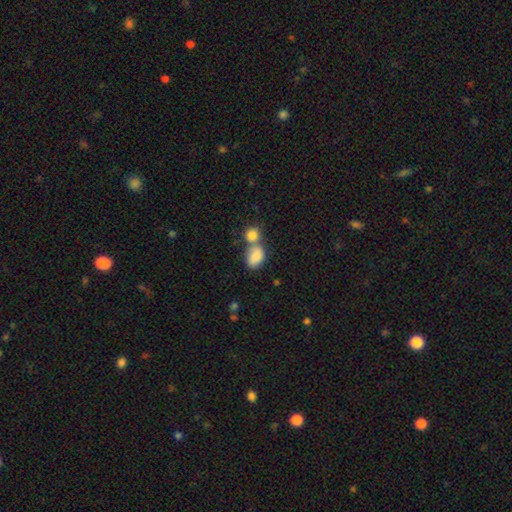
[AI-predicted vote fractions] A smooth galaxy with no disk features (84%) that is in between round and cigar-shaped (79%).

Vote fractions:
- Smooth or featured? smooth: 84% / featured or disk: 8% / star or artifact: 8%
- How rounded? in between: 79% / round: 20% / cigar-shaped: 1%
- Merging? merger: 54% / none: 29% / minor disturbance: 11% / major disturbance: 5%